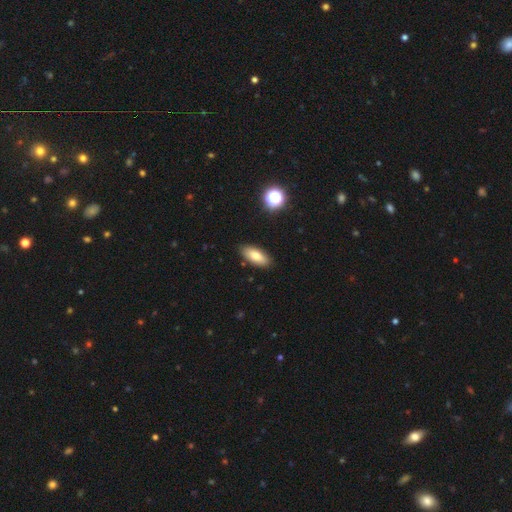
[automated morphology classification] Smooth or featured? smooth (76%)
How rounded? in between (85%)
Merging? none (87%)